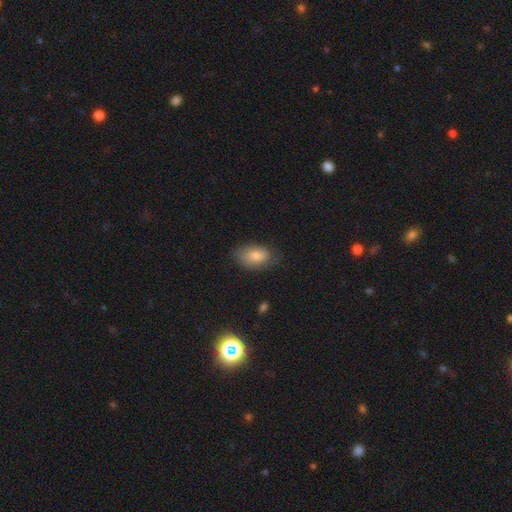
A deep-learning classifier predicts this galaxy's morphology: type=smooth (64%); roundness=in between (91%); merging=none (69%).